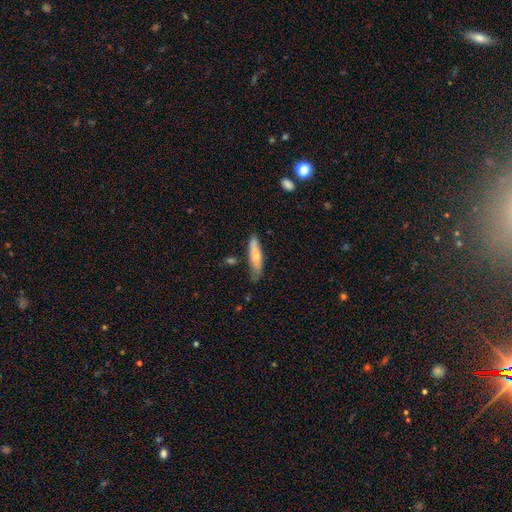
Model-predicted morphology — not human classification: This appears to be a smooth galaxy with no disk features (60%) that is cigar-shaped (70%). Merging: none (70%).